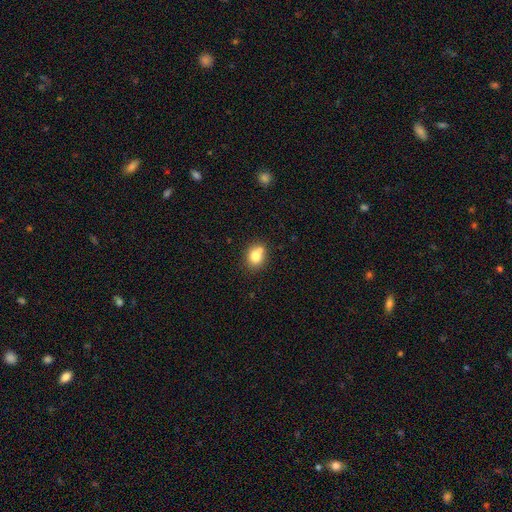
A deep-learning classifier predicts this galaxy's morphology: smooth_or_featured: smooth (p=0.78) [alt: featured or disk p=0.12]
how_rounded: round (p=0.62) [alt: in between p=0.38]
merging: none (p=0.57) [alt: merger p=0.26]